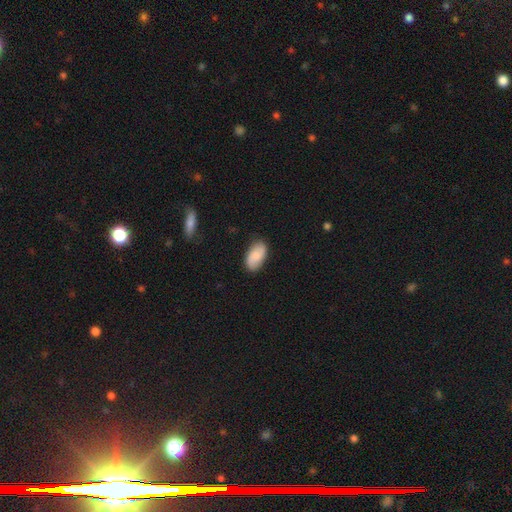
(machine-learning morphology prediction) This appears to be a smooth galaxy with no disk features (75%) that is in between round and cigar-shaped (94%). Merging: none (82%).